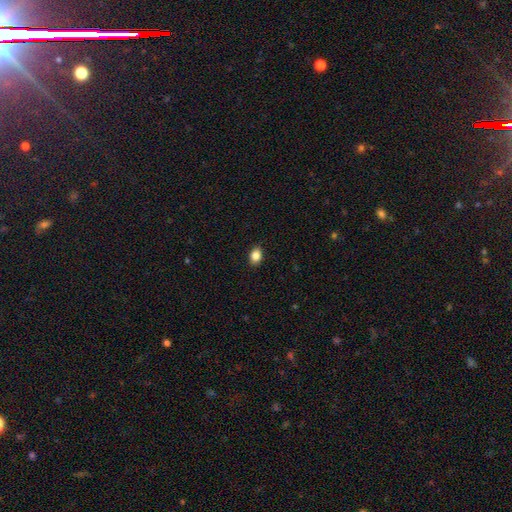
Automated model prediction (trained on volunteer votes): Smooth or featured? Predicted: smooth (p=0.86). How rounded? Predicted: in between (p=0.71). Merging? Predicted: none (p=0.89).